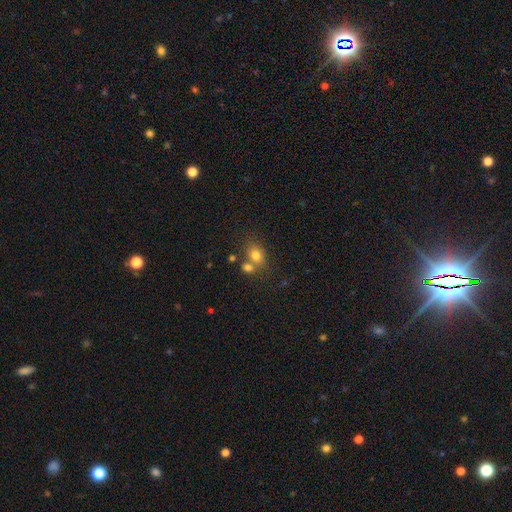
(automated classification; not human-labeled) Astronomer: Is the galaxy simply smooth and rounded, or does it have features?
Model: smooth — 77%.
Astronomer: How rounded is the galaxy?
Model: in between — 60% (runner-up: round, 38%).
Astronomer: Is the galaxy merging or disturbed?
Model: none — 49% (runner-up: merger, 35%).